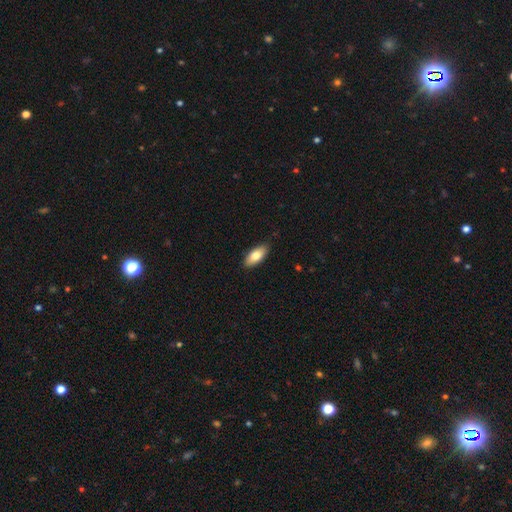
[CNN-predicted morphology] Q: Smooth or featured?
A: smooth (78%); runner-up: featured or disk (15%)
Q: How rounded?
A: in between (85%); runner-up: cigar-shaped (13%)
Q: Merging?
A: none (88%); runner-up: minor disturbance (9%)